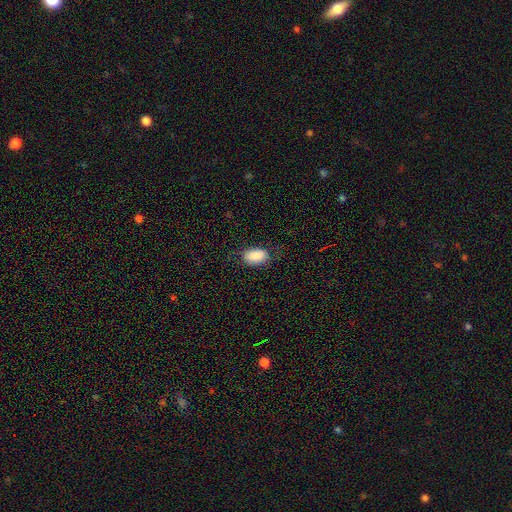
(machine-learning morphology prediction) Smooth or featured: smooth — 88% (star or artifact — 7%)
How rounded: in between — 92% (round — 6%)
Merging: none — 78% (minor disturbance — 16%)